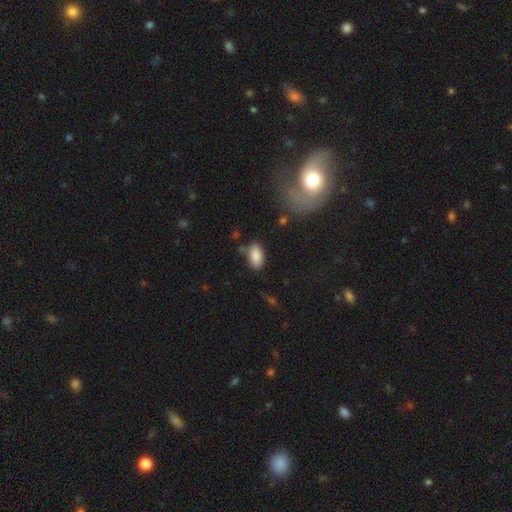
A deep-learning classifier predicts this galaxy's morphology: Overall: smooth (87%). How rounded: in between (92%). Merging: none (69%).